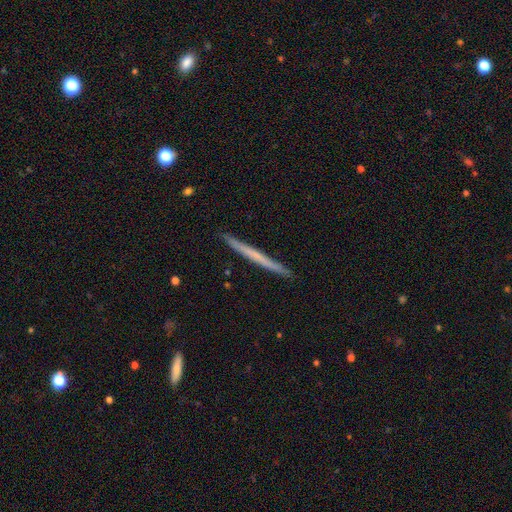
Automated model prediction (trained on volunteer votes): Morphology: type=featured or disk (48%); merging=none (92%).